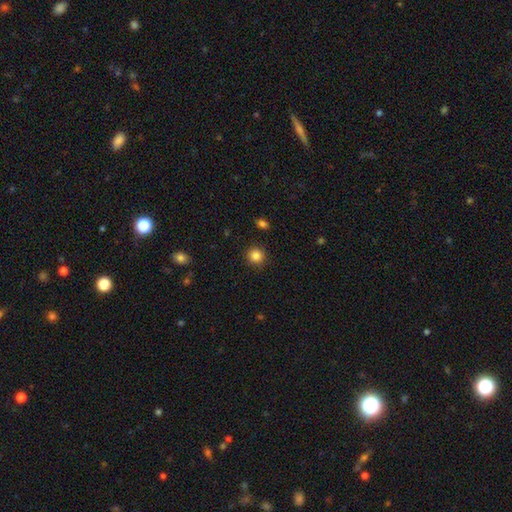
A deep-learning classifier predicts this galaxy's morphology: smooth_or_featured: smooth (p=0.84) [alt: star or artifact p=0.11]
how_rounded: round (p=0.93) [alt: in between p=0.06]
merging: none (p=0.90) [alt: minor disturbance p=0.06]